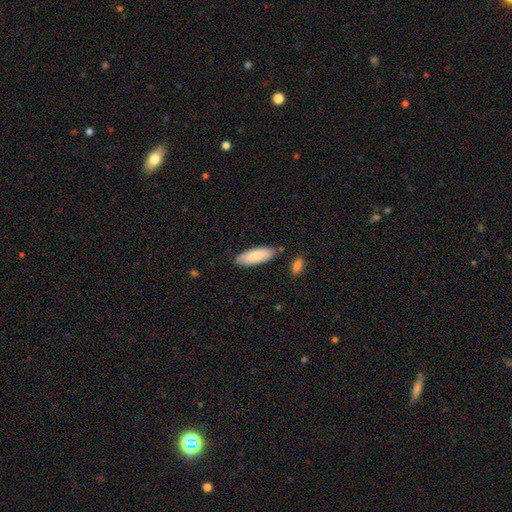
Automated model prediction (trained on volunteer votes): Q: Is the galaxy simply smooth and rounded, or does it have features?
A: smooth — 82%.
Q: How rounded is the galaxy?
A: in between — 66%.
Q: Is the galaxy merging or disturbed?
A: none — 80%.